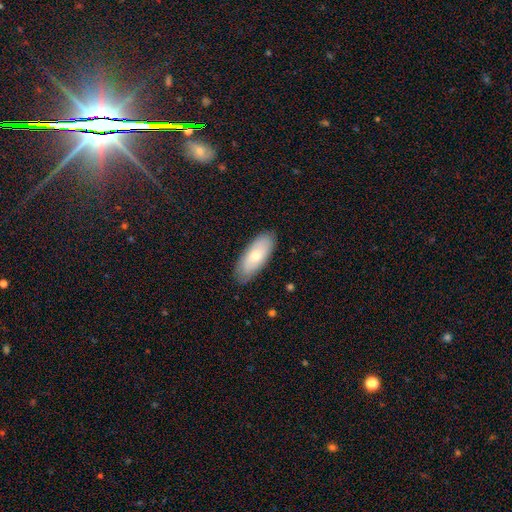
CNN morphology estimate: The model was most divided on "smooth or featured": smooth: 67%, featured or disk: 27%, star or artifact: 6%. More confident: merging — none (85%); how rounded — in between (80%).